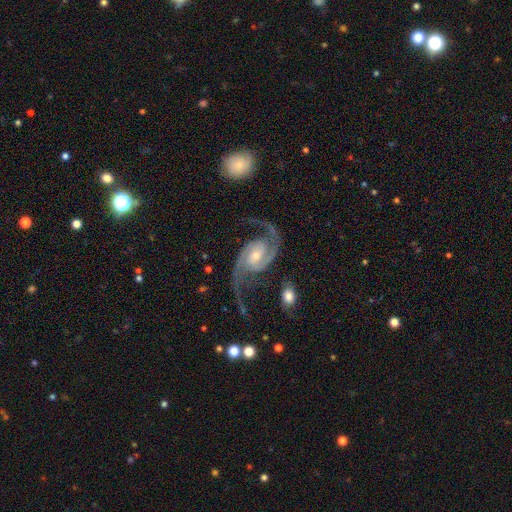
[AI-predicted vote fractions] A featured or disk galaxy (93%) with no bar (49%), 2 (94%) medium (46%) spiral arms (98%) and a small central bulge (47%).

Vote fractions:
- Smooth or featured? featured or disk: 93% / star or artifact: 4% / smooth: 3%
- Edge-on disk? no: 98% / yes: 2%
- Bar? no: 49% / weak: 38% / strong: 13%
- Spiral arms? yes: 98% / no: 2%
- Spiral winding? medium: 46% / loose: 42% / tight: 12%
- Spiral arm count? 2: 94% / 1: 1% / can't tell: 1% / 3: 1% / 4: 1% / more than 4: 1%
- Bulge size? small: 47% / moderate: 45% / large: 4% / none: 3% / dominant: 1%
- Merging? none: 66% / minor disturbance: 15% / major disturbance: 14% / merger: 6%